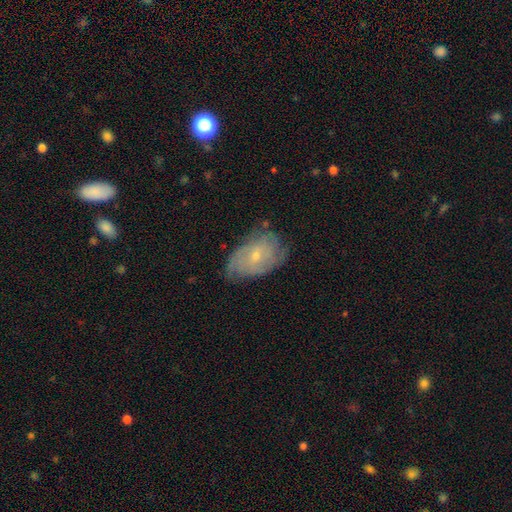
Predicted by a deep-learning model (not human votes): This is likely a featured or disk galaxy (60%). It is clearly not viewed edge-on (94%). Bar: likely no (72%). Spiral arm pattern: likely yes (77%). Central bulge: likely small (68%). Merging: likely none (62%).